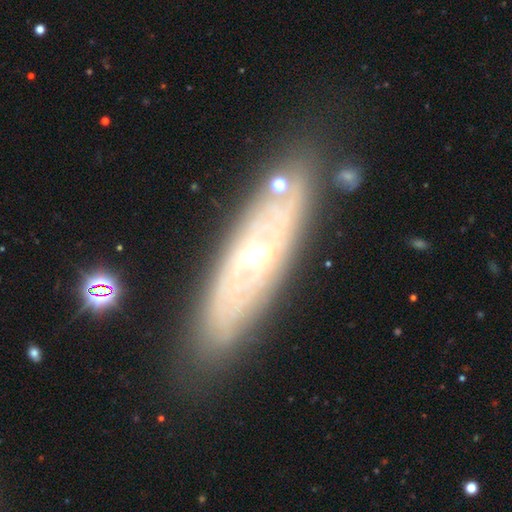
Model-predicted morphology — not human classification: Smooth or featured? featured or disk (80%)
Edge-on disk? no (72%)
Bar? no (59%)
Spiral arms? yes (78%)
Bulge size? small (58%)
Merging? none (80%)